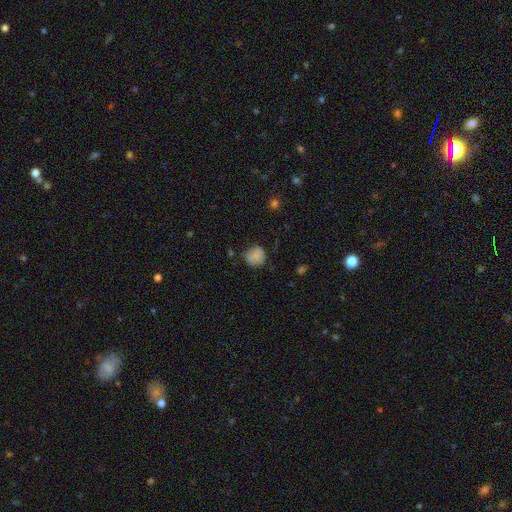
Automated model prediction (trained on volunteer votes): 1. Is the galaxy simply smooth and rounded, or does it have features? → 80% smooth, 11% featured or disk, 10% star or artifact.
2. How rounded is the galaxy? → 85% round, 14% in between, 1% cigar-shaped.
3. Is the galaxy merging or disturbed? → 69% none, 23% minor disturbance, 5% major disturbance, 3% merger.